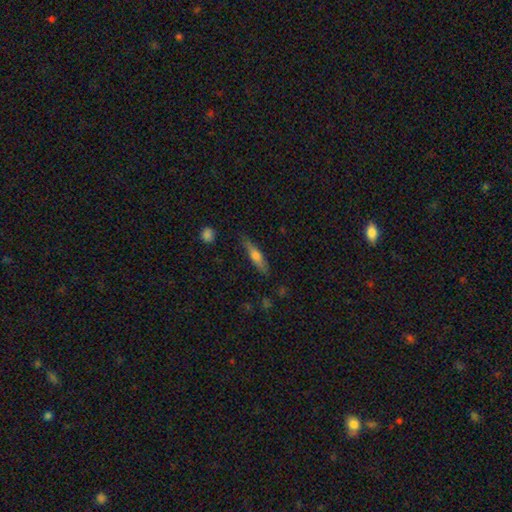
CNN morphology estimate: Smooth or featured? Predicted: smooth (p=0.60). How rounded? Predicted: cigar-shaped (p=0.78). Merging? Predicted: none (p=0.79).